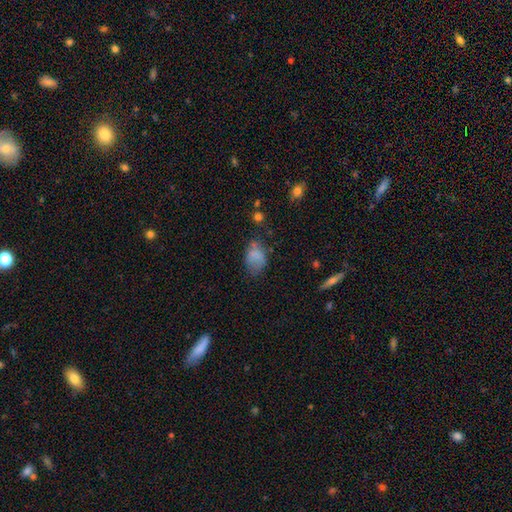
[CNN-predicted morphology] Overall: smooth (76%). How rounded: in between (80%). Merging: none (47%; minor disturbance 33%).